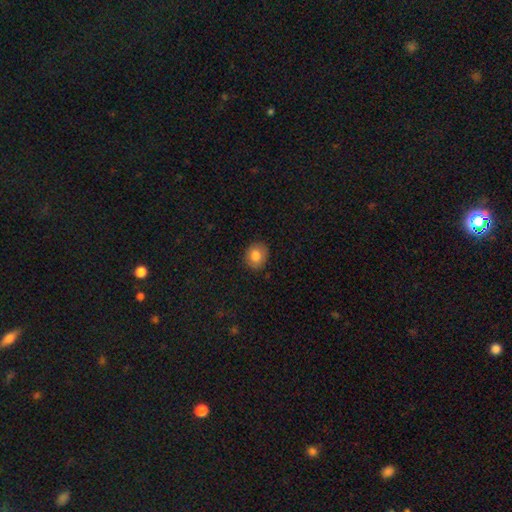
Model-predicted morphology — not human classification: This appears to be a smooth galaxy with no disk features (82%) that is round (73%). Merging: none (87%).